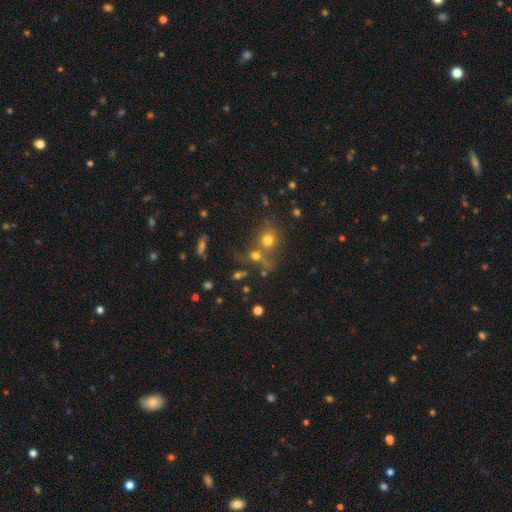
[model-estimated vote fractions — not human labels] Smooth or featured: smooth — 58% (star or artifact — 22%)
How rounded: round — 73% (in between — 23%)
Merging: merger — 49% (none — 35%)